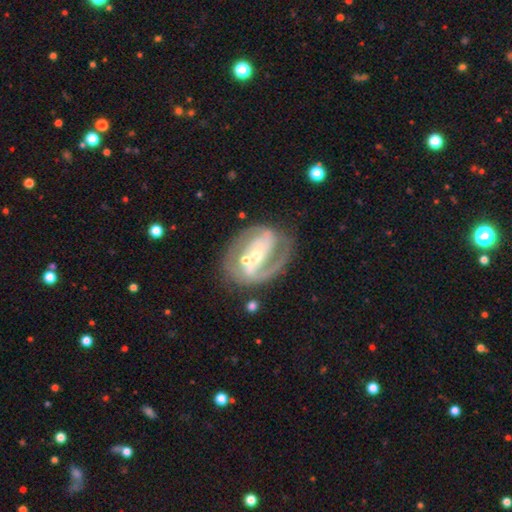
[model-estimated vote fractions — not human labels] smooth_or_featured: featured or disk (p=0.86) [alt: smooth p=0.08]
disk_edge_on: no (p=0.97) [alt: yes p=0.03]
bar: strong (p=0.40) [alt: weak p=0.32]
has_spiral_arms: yes (p=0.91) [alt: no p=0.09]
spiral_winding: medium (p=0.45) [alt: tight p=0.39]
spiral_arm_count: 2 (p=0.74) [alt: 1 p=0.10]
bulge_size: small (p=0.53) [alt: moderate p=0.40]
merging: none (p=0.56) [alt: minor disturbance p=0.18]